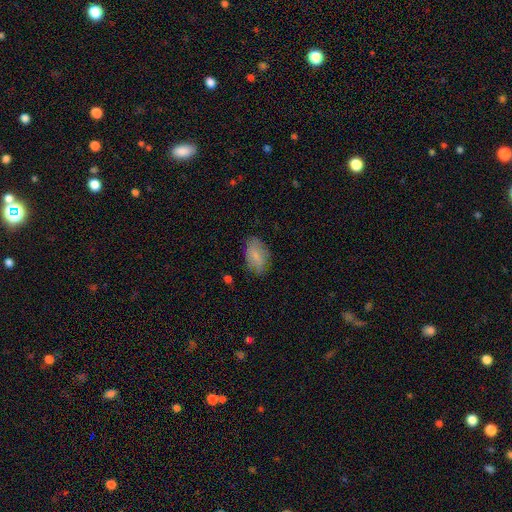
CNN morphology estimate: Q: Smooth or featured?
A: smooth (75%); runner-up: featured or disk (18%)
Q: How rounded?
A: in between (92%); runner-up: round (6%)
Q: Merging?
A: none (75%); runner-up: minor disturbance (19%)